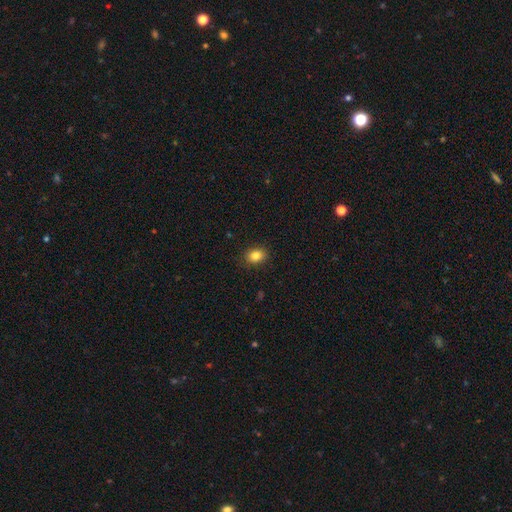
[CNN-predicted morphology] smooth-or-featured: smooth: 84% | star or artifact: 10% | featured or disk: 6%
  how-rounded: in between: 61% | round: 38% | cigar-shaped: 1%
  merging: none: 88% | minor disturbance: 9% | major disturbance: 2% | merger: 1%